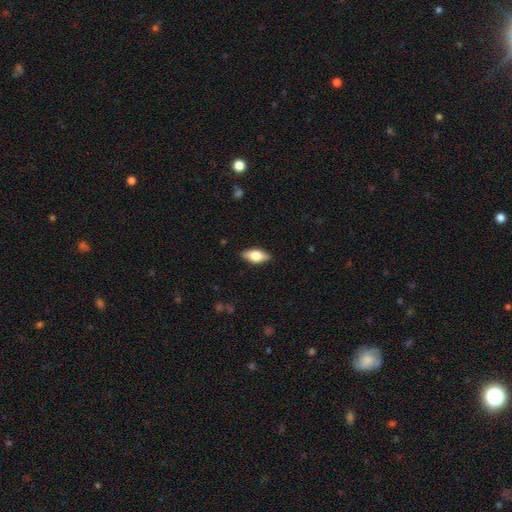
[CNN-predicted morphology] Smooth or featured? smooth (69%)
How rounded? in between (85%)
Merging? none (88%)